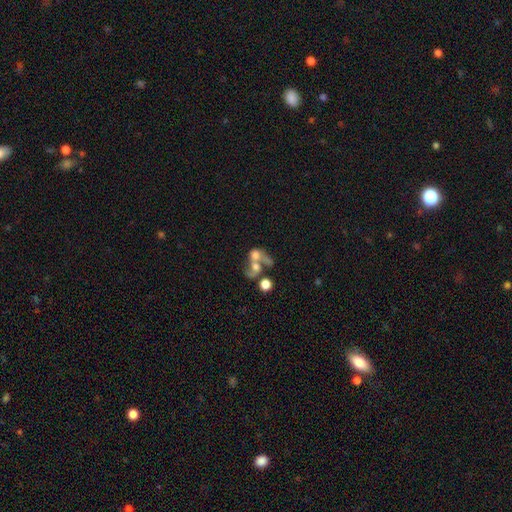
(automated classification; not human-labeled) smooth-or-featured: smooth: 45% | featured or disk: 42% | star or artifact: 13%
  merging: merger: 67% | major disturbance: 14% | none: 13% | minor disturbance: 6%